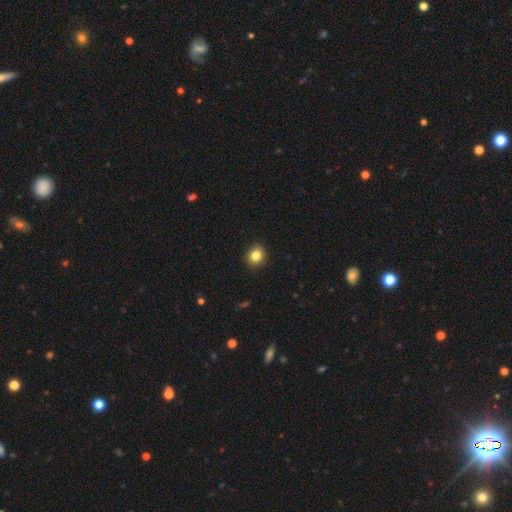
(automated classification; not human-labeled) Smooth or featured: smooth — 83% (star or artifact — 11%)
How rounded: round — 79% (in between — 20%)
Merging: none — 89% (minor disturbance — 8%)